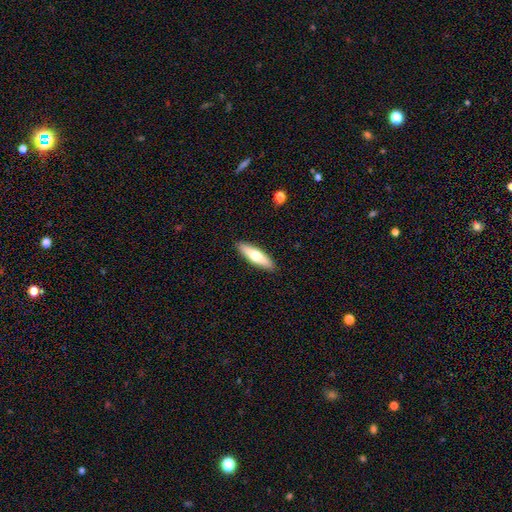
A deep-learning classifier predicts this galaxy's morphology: Smooth or featured? Predicted: smooth (p=0.62). How rounded? Predicted: cigar-shaped (p=0.63). Merging? Predicted: none (p=0.90).